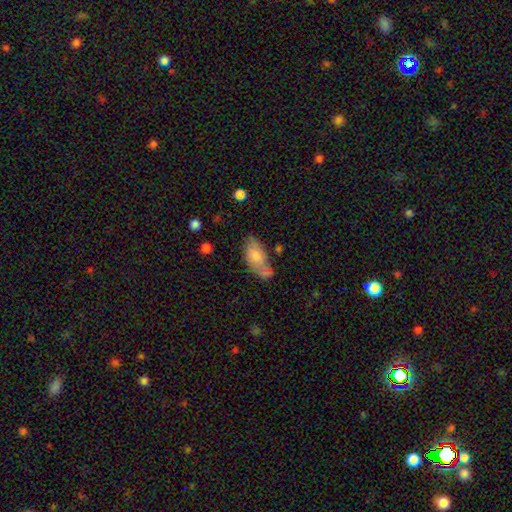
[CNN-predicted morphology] smooth 72%, featured or disk 21%, star or artifact 7%. Down the decision tree: how rounded — in between (89%); merging — none (47%).